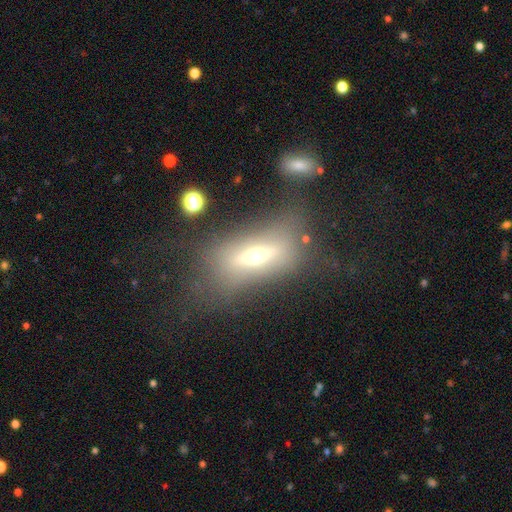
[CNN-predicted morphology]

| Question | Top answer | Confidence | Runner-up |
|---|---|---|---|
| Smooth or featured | featured or disk | 47% | smooth (40%) |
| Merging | none | 52% | major disturbance (22%) |